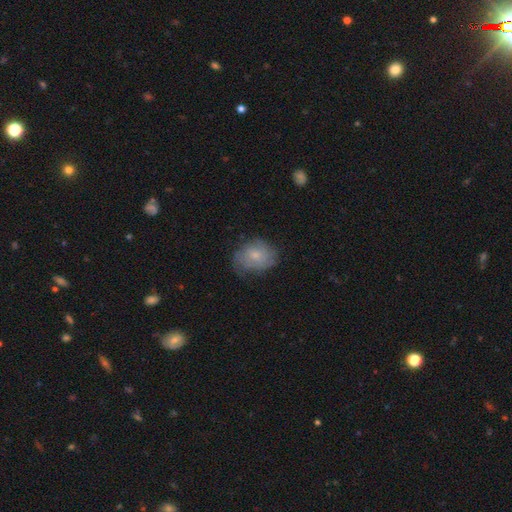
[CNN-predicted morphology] smooth_or_featured: smooth (p=0.63) [alt: featured or disk p=0.29]
how_rounded: in between (p=0.57) [alt: round p=0.42]
merging: none (p=0.57) [alt: minor disturbance p=0.30]